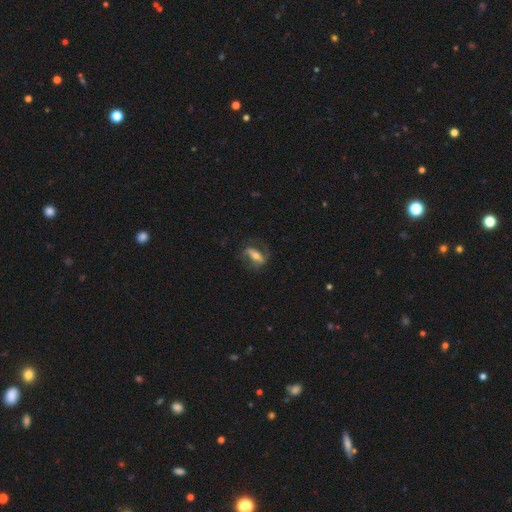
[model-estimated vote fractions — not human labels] Smooth or featured? featured or disk (64%)
Edge-on disk? no (73%)
Merging? none (66%)